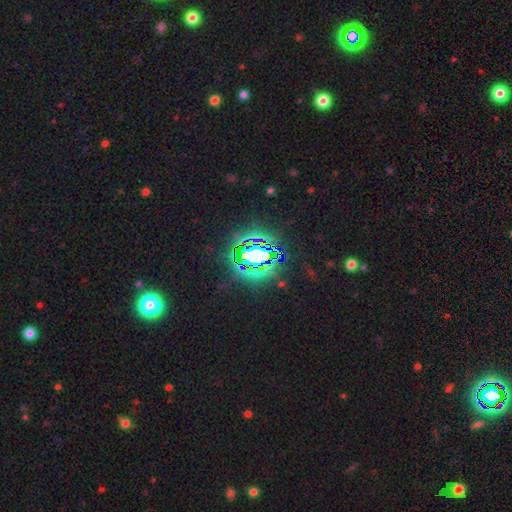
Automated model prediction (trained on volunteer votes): Smooth or featured? Predicted: star or artifact (p=0.77).